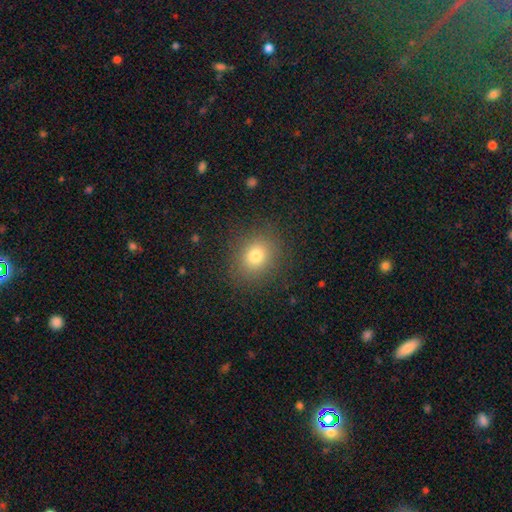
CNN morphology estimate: smooth 77%, star or artifact 14%, featured or disk 10%. Down the decision tree: how rounded — round (69%); merging — none (87%).